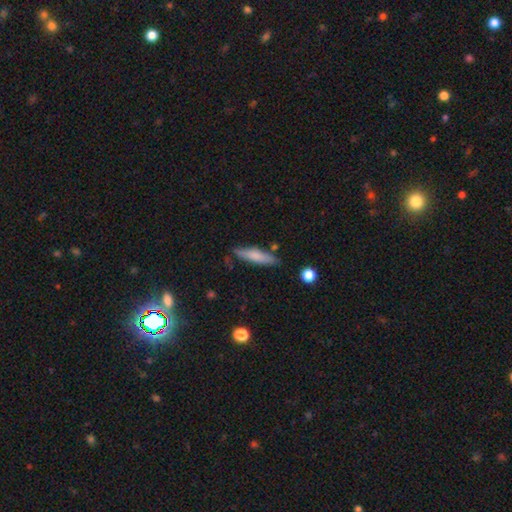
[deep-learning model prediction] Overall: smooth (71%). How rounded: cigar-shaped (80%). Merging: none (80%).